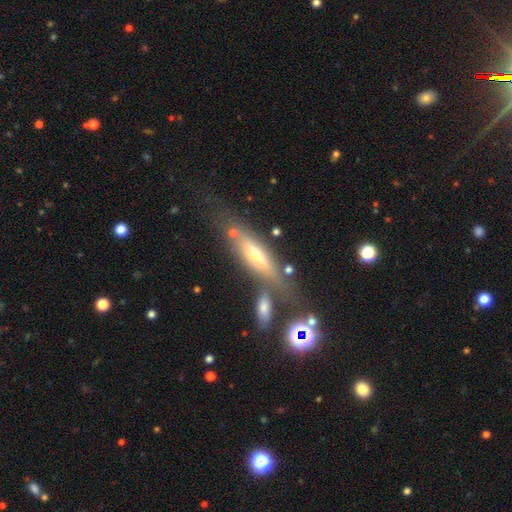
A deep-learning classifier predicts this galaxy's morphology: A featured or disk galaxy (46%). Merging: none (59%).